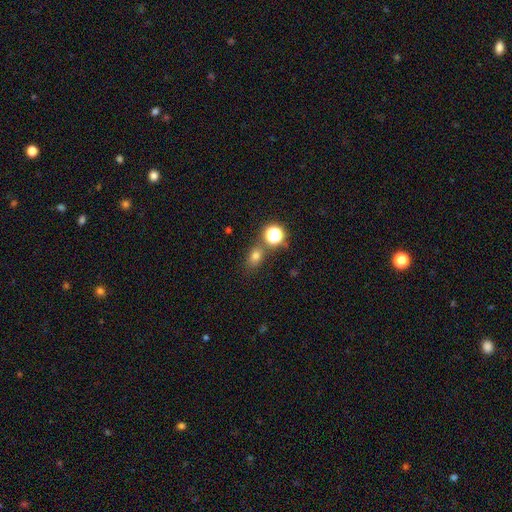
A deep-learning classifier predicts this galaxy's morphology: smooth 71%, star or artifact 21%, featured or disk 8%. Down the decision tree: how rounded — in between (59%); merging — none (71%).